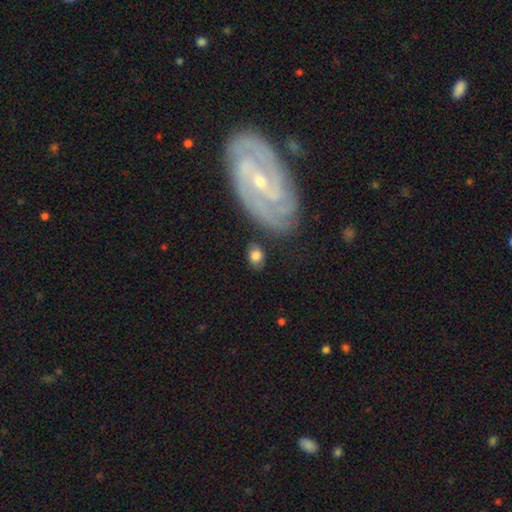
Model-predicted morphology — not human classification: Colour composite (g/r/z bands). It shows a smooth galaxy with no disk features (76%) that is in between round and cigar-shaped (71%). Merging: none (73%).